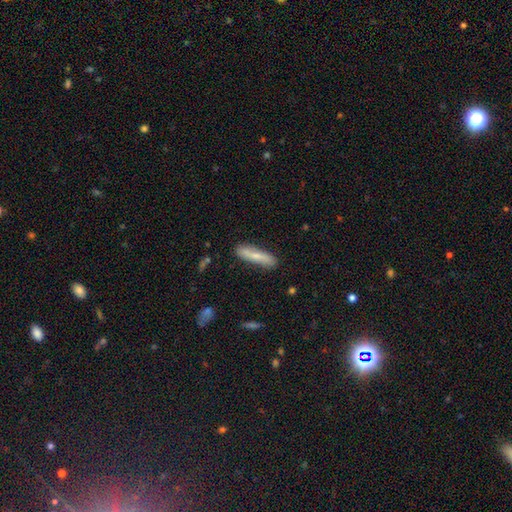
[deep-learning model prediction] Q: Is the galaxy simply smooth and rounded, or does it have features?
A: smooth — 60%.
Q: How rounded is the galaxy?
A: cigar-shaped — 81%.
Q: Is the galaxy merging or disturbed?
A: none — 85%.